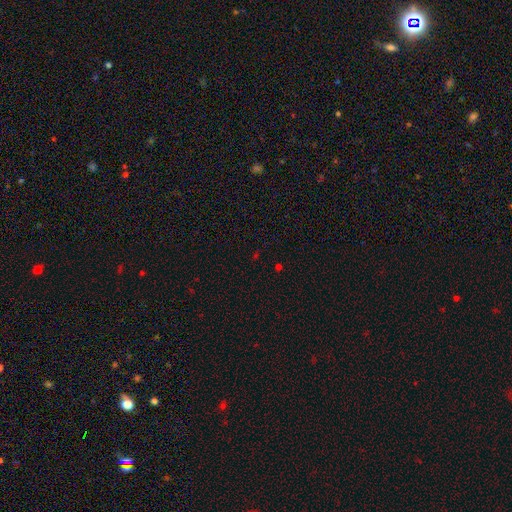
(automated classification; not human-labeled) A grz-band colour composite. It shows a star or artifact, not a galaxy (64%).